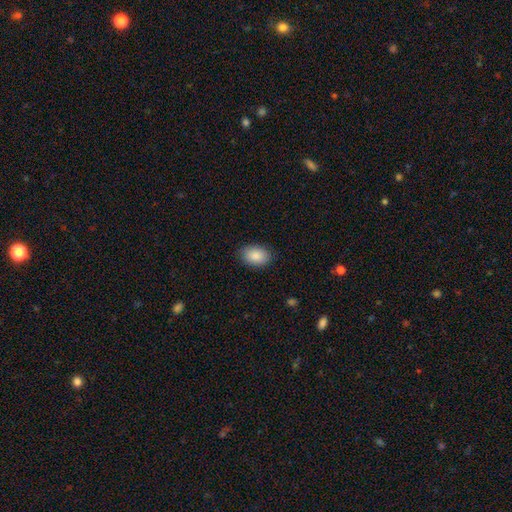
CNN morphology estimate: A smooth galaxy with no disk features (88%) that is in between round and cigar-shaped (84%). Merging: none (87%).